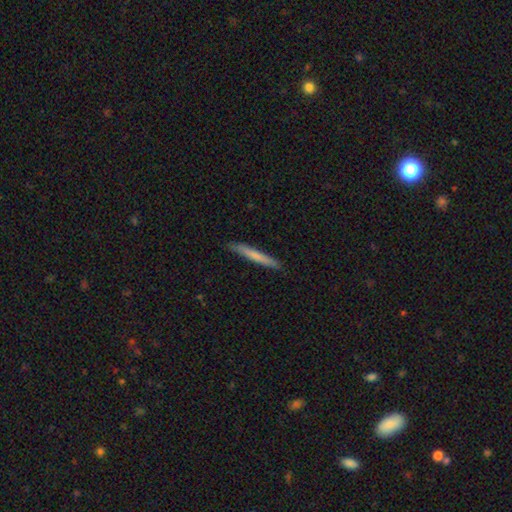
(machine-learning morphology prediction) smooth 69%, featured or disk 26%, star or artifact 6%. Down the decision tree: how rounded — cigar-shaped (96%); merging — none (89%).